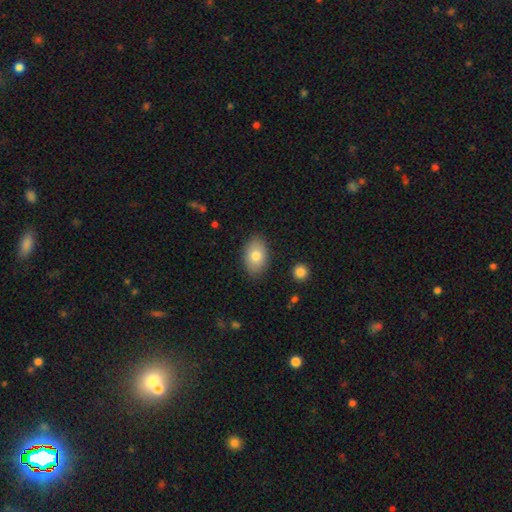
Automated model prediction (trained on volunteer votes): Morphology: type=smooth (78%); roundness=in between (88%); merging=none (86%).